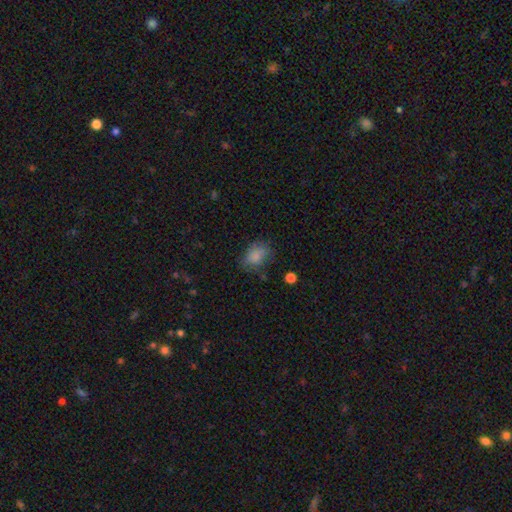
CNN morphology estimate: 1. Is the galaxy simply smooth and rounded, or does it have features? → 82% smooth, 10% star or artifact, 8% featured or disk.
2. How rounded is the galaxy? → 70% in between, 29% round, 1% cigar-shaped.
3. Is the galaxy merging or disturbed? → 65% none, 24% minor disturbance, 9% major disturbance, 2% merger.